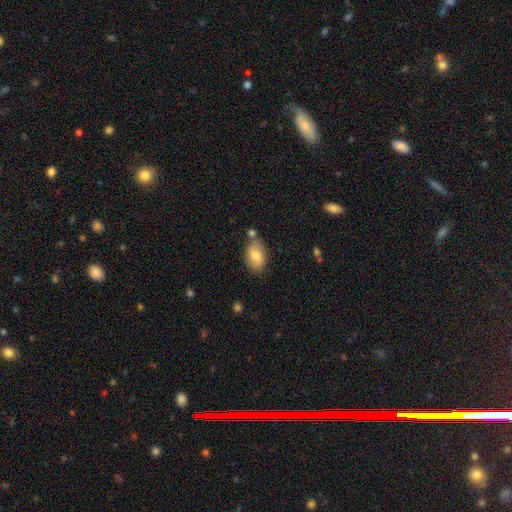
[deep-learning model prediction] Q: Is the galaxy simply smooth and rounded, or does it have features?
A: smooth — 77%.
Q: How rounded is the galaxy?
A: in between — 88%.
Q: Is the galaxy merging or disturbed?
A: none — 69%.